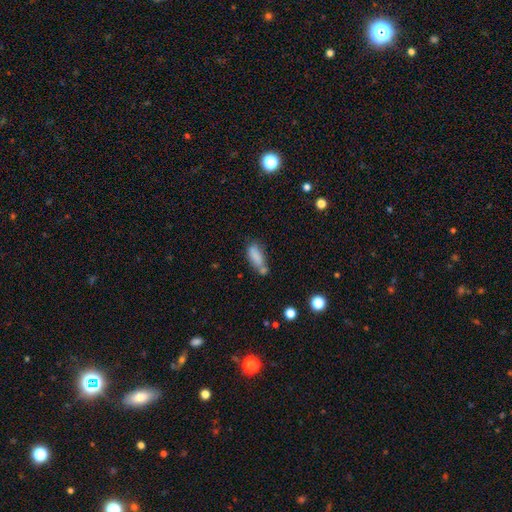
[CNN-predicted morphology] This is likely a smooth galaxy (79%). How rounded: likely in between (72%). Merging: marginally none (37%).